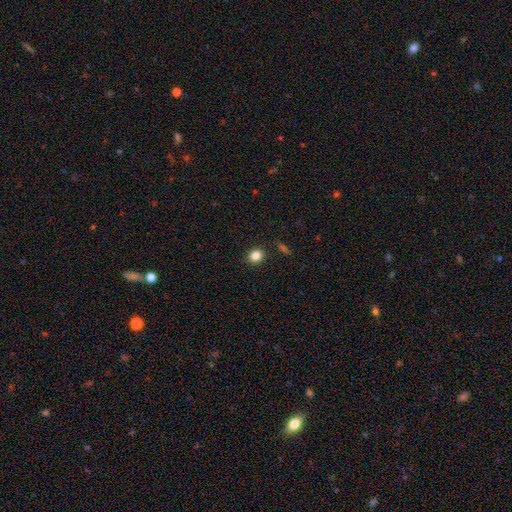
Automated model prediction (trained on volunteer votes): The model was most divided on "how rounded": round: 72%, in between: 27%, cigar-shaped: 1%. More confident: merging — none (90%); smooth or featured — smooth (83%).